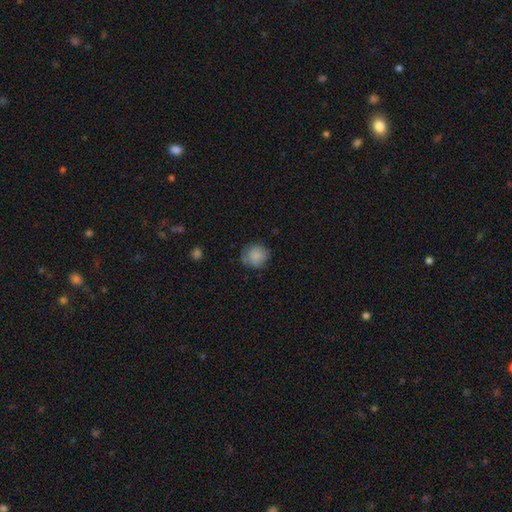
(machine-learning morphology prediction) Overall: smooth (86%). How rounded: round (88%). Merging: none (78%).